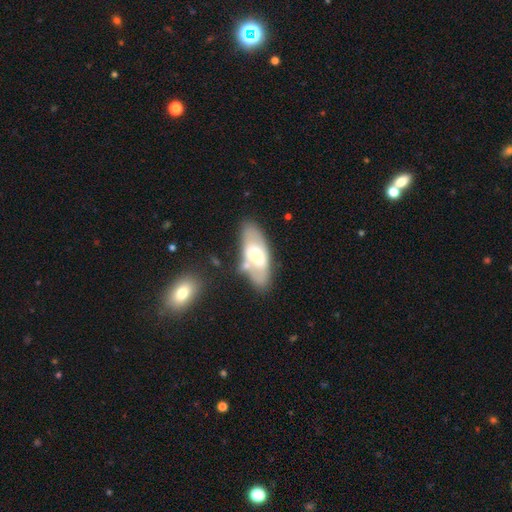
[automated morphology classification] featured or disk 49%, smooth 46%, star or artifact 6%. Down the decision tree: merging — none (64%).